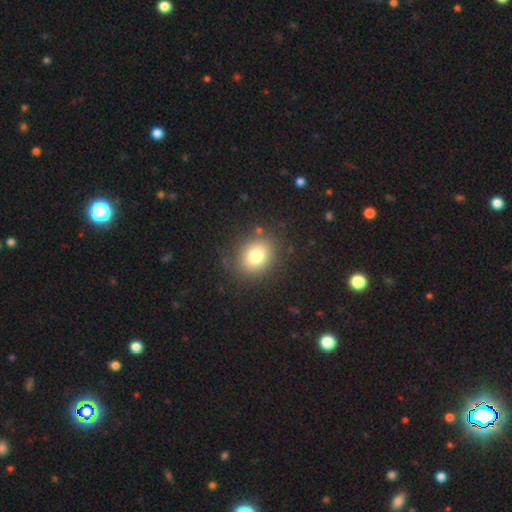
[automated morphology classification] A smooth galaxy with no disk features (78%) that is round (64%). Merging: none (82%).